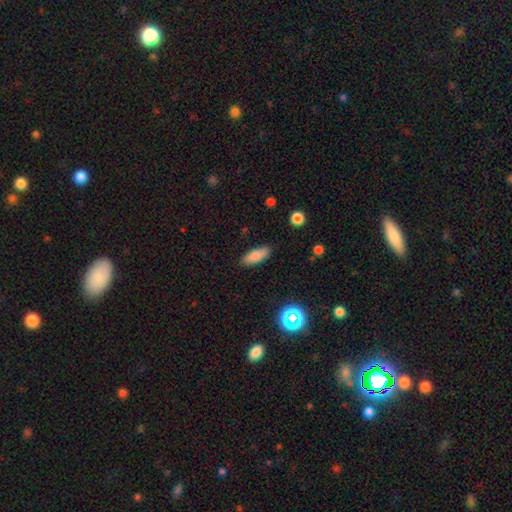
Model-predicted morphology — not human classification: Smooth or featured? smooth (81%)
How rounded? in between (70%)
Merging? none (86%)